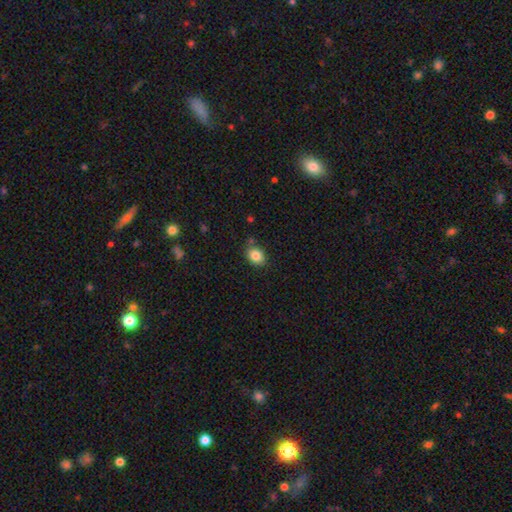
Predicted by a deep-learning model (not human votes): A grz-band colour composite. It shows a smooth galaxy with no disk features (84%) that is in between round and cigar-shaped (54%). Merging: none (79%).